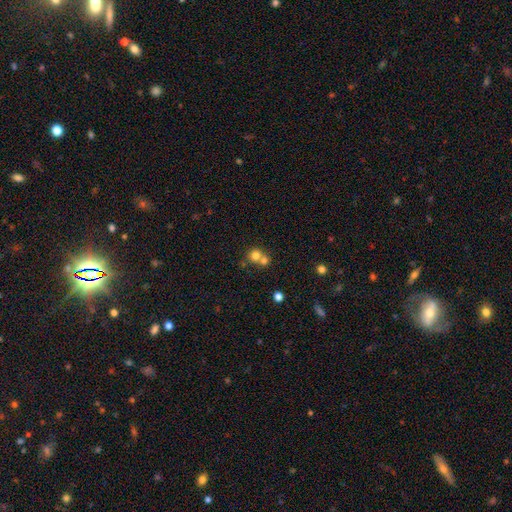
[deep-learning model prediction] This appears to be a smooth galaxy with no disk features (75%) that is round (88%). Merging: merger (51%).